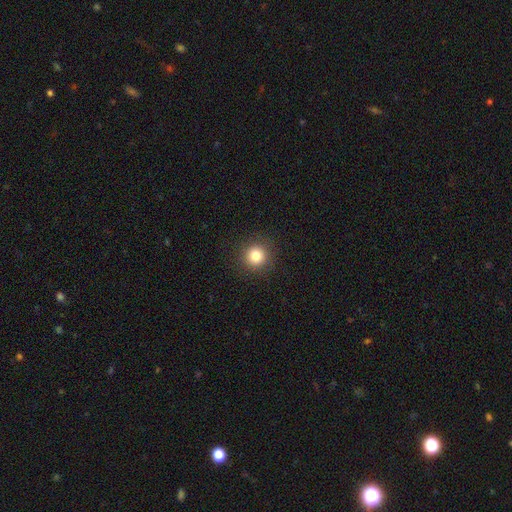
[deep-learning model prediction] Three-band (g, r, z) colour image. It shows a smooth galaxy with no disk features (82%) that is round (94%). Merging: none (91%).